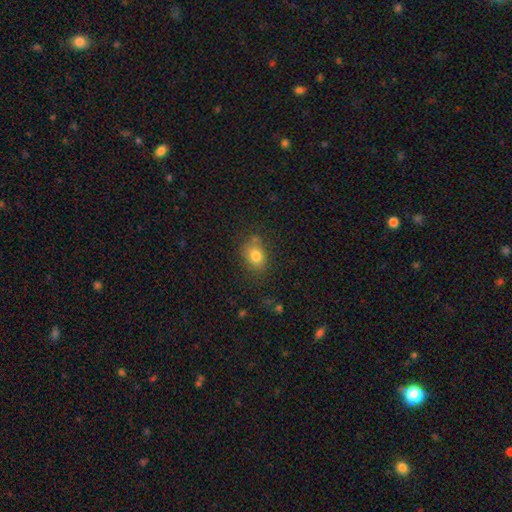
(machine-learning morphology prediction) Smooth or featured? Predicted: smooth (p=0.80). How rounded? Predicted: in between (p=0.61). Merging? Predicted: none (p=0.70).